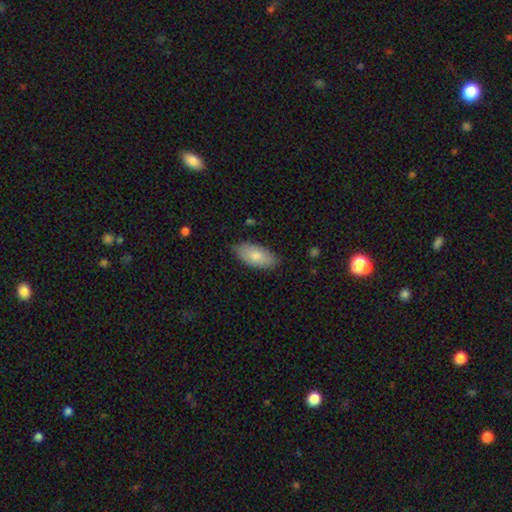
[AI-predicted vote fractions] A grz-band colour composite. It shows a smooth galaxy with no disk features (82%) that is in between round and cigar-shaped (91%). Merging: none (82%).